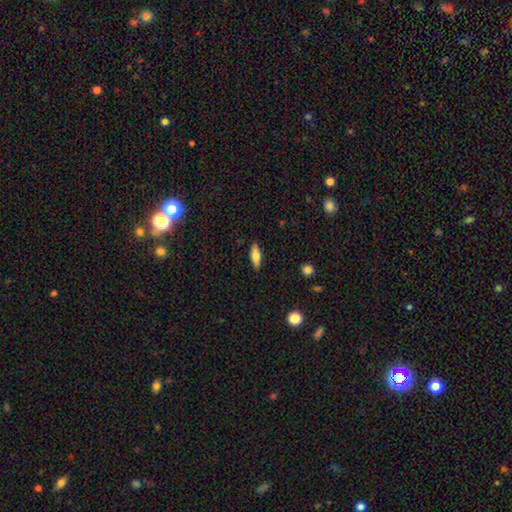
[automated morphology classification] smooth 67%, featured or disk 26%, star or artifact 7%. Down the decision tree: how rounded — in between (56%); merging — none (87%).